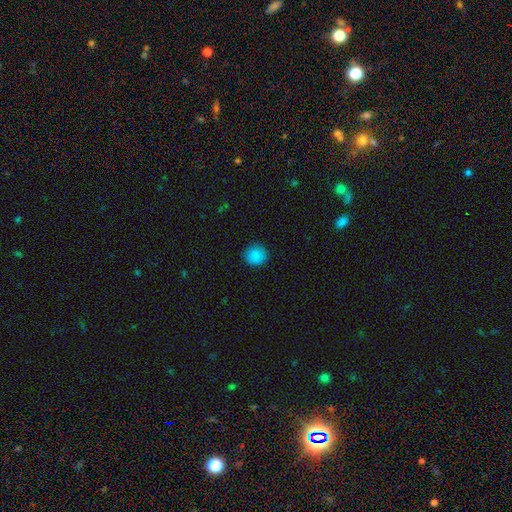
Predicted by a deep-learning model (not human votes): This is clearly a smooth galaxy (86%). How rounded: clearly round (92%). Merging: clearly none (90%).